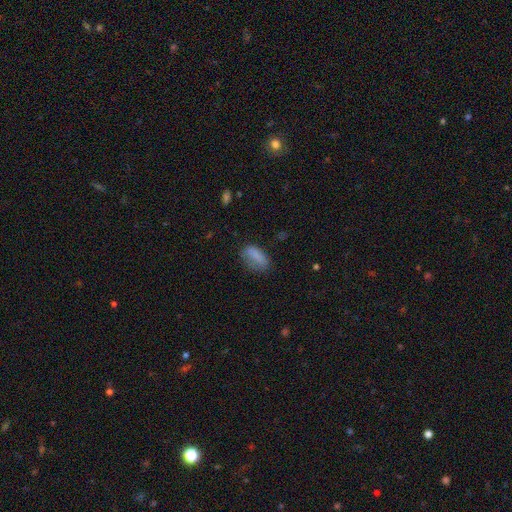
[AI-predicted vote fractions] This is clearly a smooth galaxy (82%). How rounded: clearly in between (84%). Merging: likely none (60%).